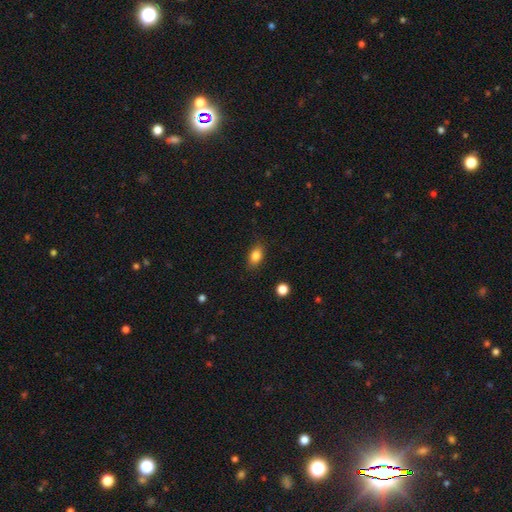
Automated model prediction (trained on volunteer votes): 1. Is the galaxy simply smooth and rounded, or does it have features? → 84% smooth, 9% star or artifact, 7% featured or disk.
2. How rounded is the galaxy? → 82% in between, 15% round, 4% cigar-shaped.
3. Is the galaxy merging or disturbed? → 84% none, 12% minor disturbance, 3% major disturbance, 1% merger.